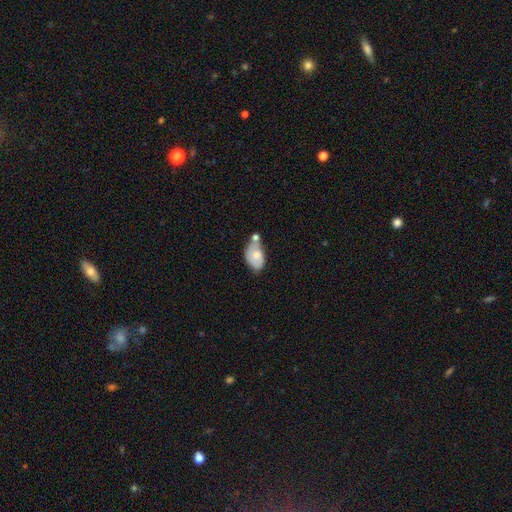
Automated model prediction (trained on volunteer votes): Overall: smooth (62%; featured or disk 31%). How rounded: in between (89%). Merging: merger (36%; none 28%).